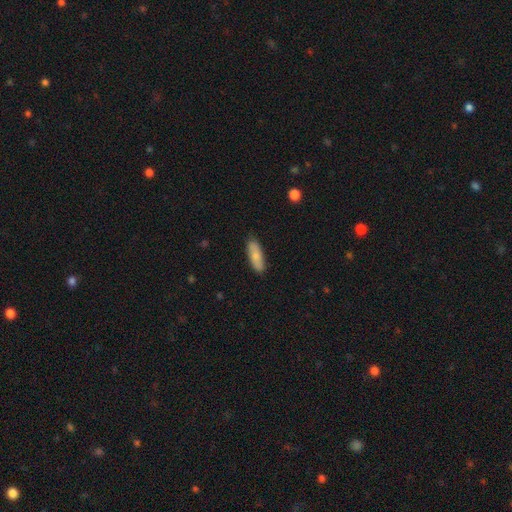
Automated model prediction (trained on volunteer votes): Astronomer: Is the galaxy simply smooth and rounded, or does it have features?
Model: smooth — 76%.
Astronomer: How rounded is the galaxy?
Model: in between — 61% (runner-up: cigar-shaped, 37%).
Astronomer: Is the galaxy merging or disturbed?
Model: none — 86%.